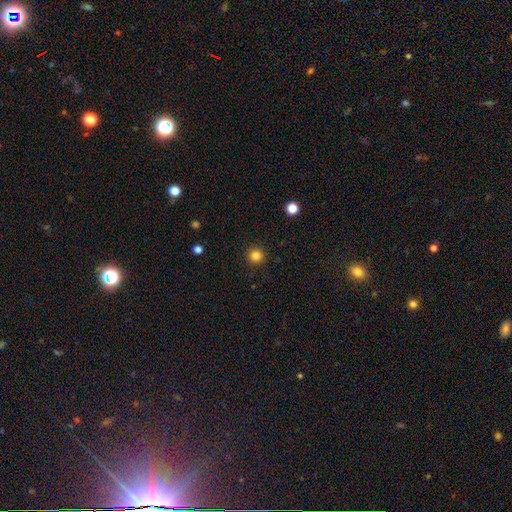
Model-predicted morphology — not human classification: type=smooth (83%); roundness=round (95%); merging=none (93%).